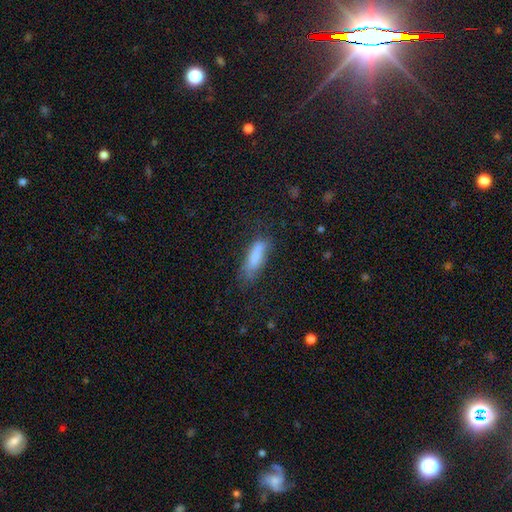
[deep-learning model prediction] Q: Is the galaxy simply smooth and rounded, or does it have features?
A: smooth — 78%.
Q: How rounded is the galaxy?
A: cigar-shaped — 56%.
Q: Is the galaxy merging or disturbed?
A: none — 56%.